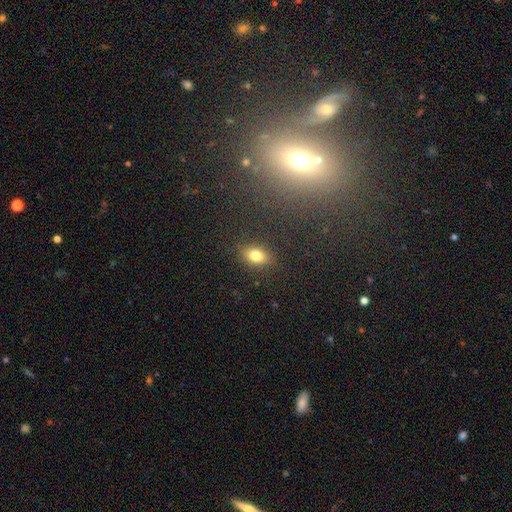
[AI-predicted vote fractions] Smooth or featured? Predicted: smooth (p=0.80). How rounded? Predicted: in between (p=0.79). Merging? Predicted: none (p=0.85).